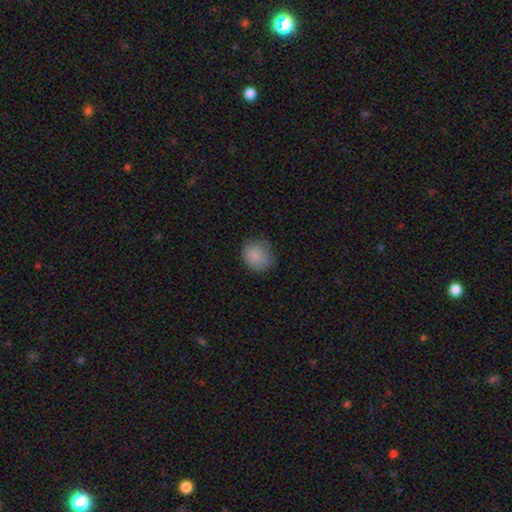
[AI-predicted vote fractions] smooth_or_featured: smooth (p=0.87) [alt: star or artifact p=0.08]
how_rounded: round (p=0.83) [alt: in between p=0.16]
merging: none (p=0.77) [alt: minor disturbance p=0.17]